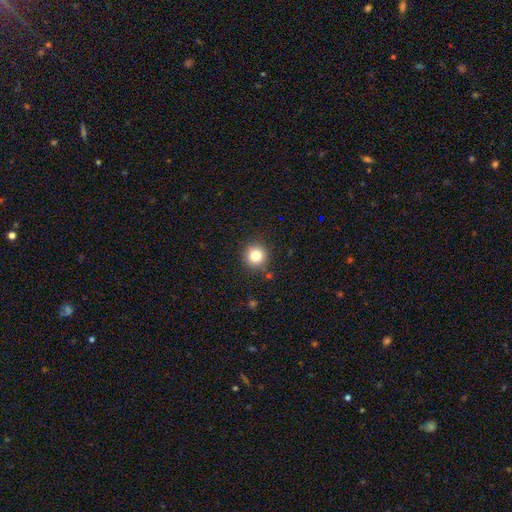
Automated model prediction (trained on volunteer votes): Q: Smooth or featured?
A: smooth (82%); runner-up: star or artifact (12%)
Q: How rounded?
A: round (94%); runner-up: in between (5%)
Q: Merging?
A: none (89%); runner-up: minor disturbance (7%)